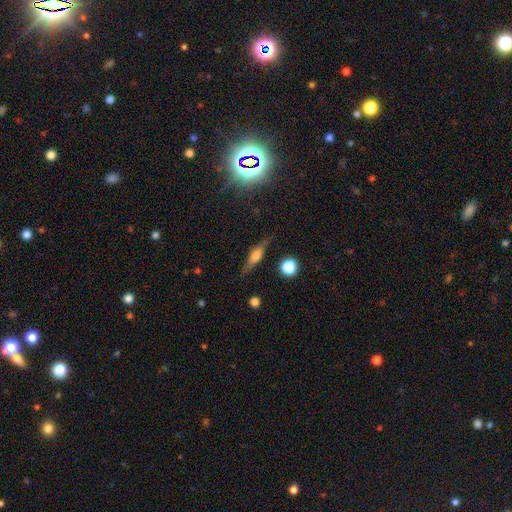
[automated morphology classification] Q: Smooth or featured?
A: featured or disk (59%); runner-up: smooth (32%)
Q: Edge-on disk?
A: yes (93%); runner-up: no (7%)
Q: Edge-on bulge?
A: rounded (81%); runner-up: boxy (15%)
Q: Merging?
A: none (80%); runner-up: minor disturbance (14%)